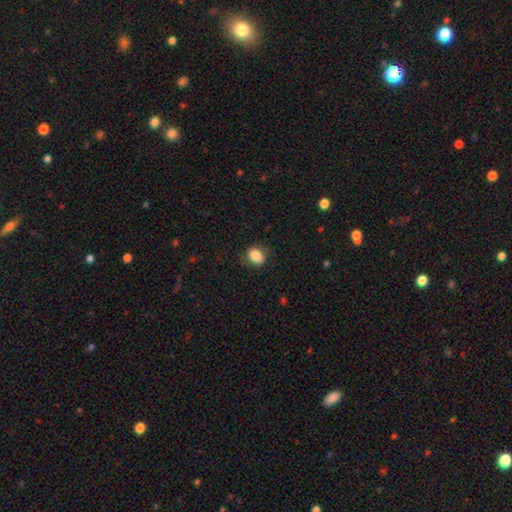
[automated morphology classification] type=smooth (84%); roundness=in between (55%); merging=none (76%).